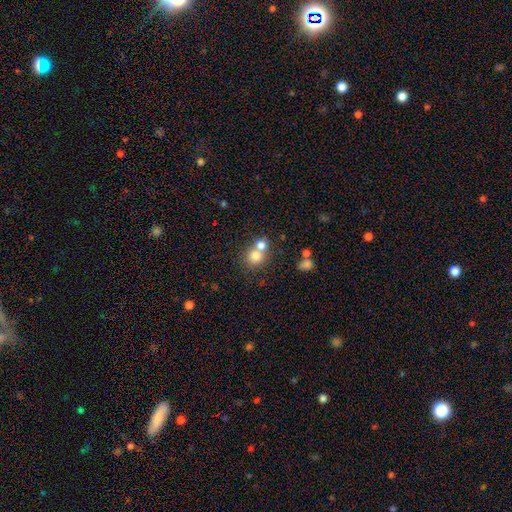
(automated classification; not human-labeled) Morphology: type=smooth (76%); roundness=round (84%); merging=merger (51%).